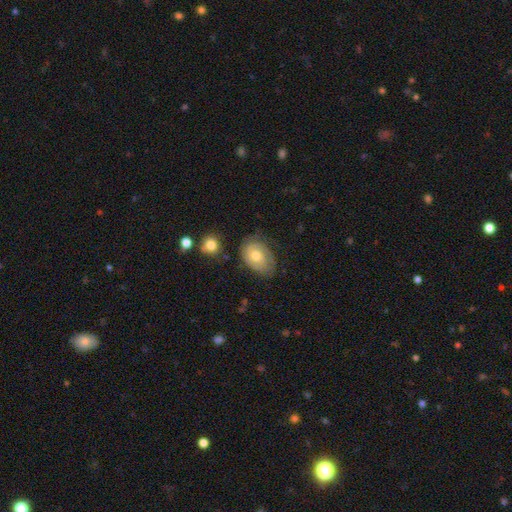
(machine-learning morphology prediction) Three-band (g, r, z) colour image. It shows a featured or disk galaxy (65%) with no bar (75%), 2 (42%) tight (67%) spiral arms (85%) and a moderate central bulge (69%). Merging: none (67%).